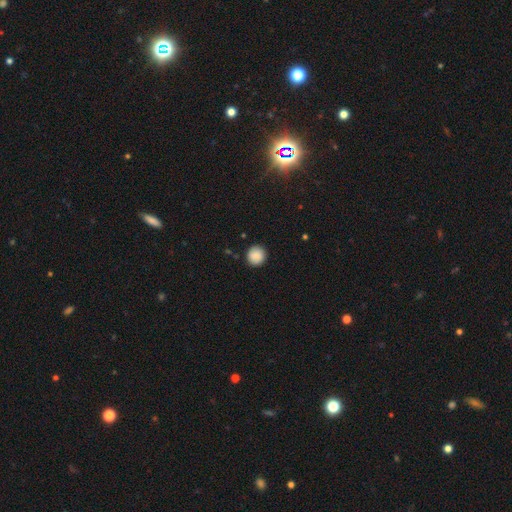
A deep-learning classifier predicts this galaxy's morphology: A smooth galaxy with no disk features (89%) that is round (94%).

Vote fractions:
- Smooth or featured? smooth: 89% / star or artifact: 8% / featured or disk: 3%
- How rounded? round: 94% / in between: 5% / cigar-shaped: 1%
- Merging? none: 90% / minor disturbance: 7% / major disturbance: 2% / merger: 1%